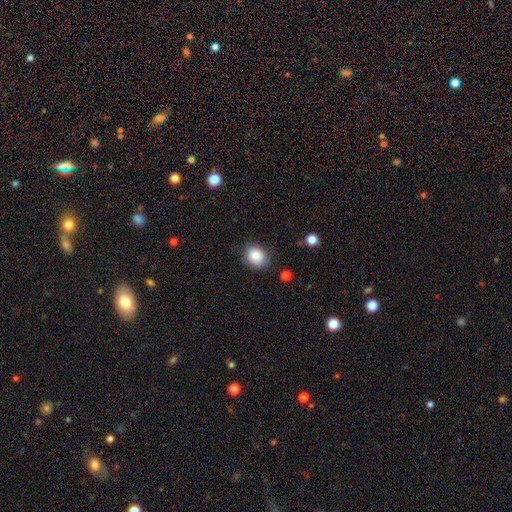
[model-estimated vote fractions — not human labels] Morphology: type=smooth (85%); roundness=round (59%); merging=none (78%).